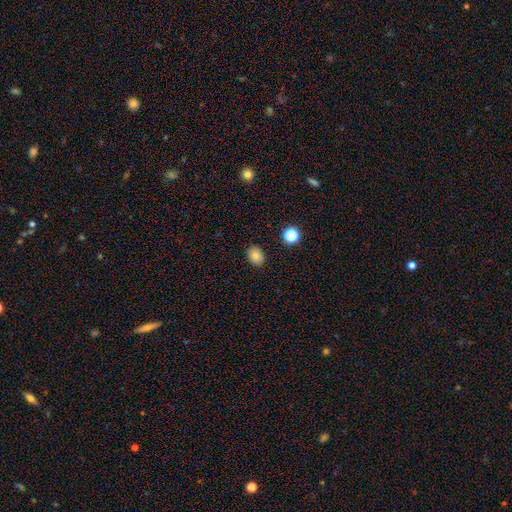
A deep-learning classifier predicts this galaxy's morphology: A smooth galaxy with no disk features (79%) that is round (50%).

Vote fractions:
- Smooth or featured? smooth: 79% / star or artifact: 11% / featured or disk: 10%
- How rounded? round: 50% / in between: 49% / cigar-shaped: 1%
- Merging? none: 88% / minor disturbance: 8% / major disturbance: 2% / merger: 1%